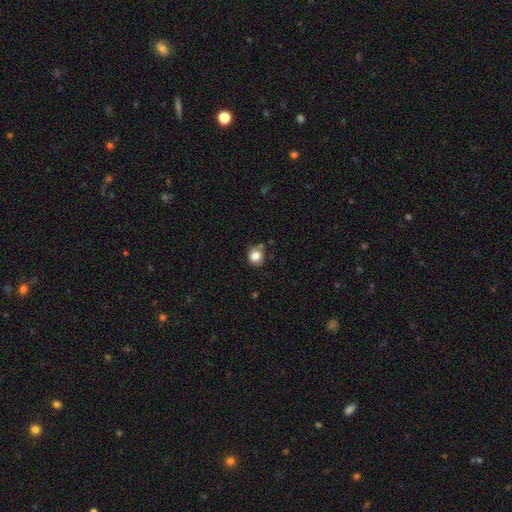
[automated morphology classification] This appears to be a smooth galaxy with no disk features (83%) that is round (84%). Merging: none (72%).